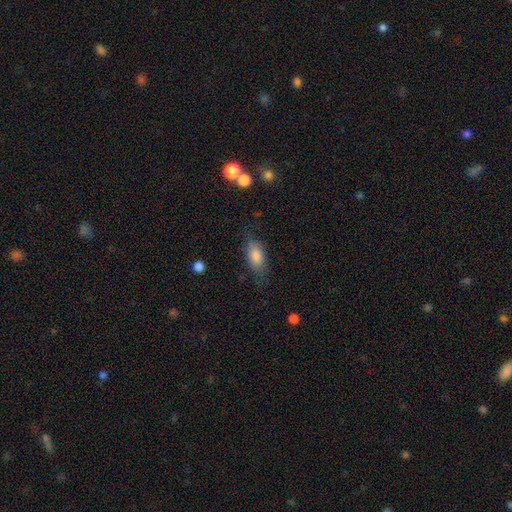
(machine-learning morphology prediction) A smooth galaxy with no disk features (82%) that is in between round and cigar-shaped (85%).

Vote fractions:
- Smooth or featured? smooth: 82% / featured or disk: 11% / star or artifact: 8%
- How rounded? in between: 85% / cigar-shaped: 10% / round: 4%
- Merging? none: 72% / minor disturbance: 19% / major disturbance: 7% / merger: 2%